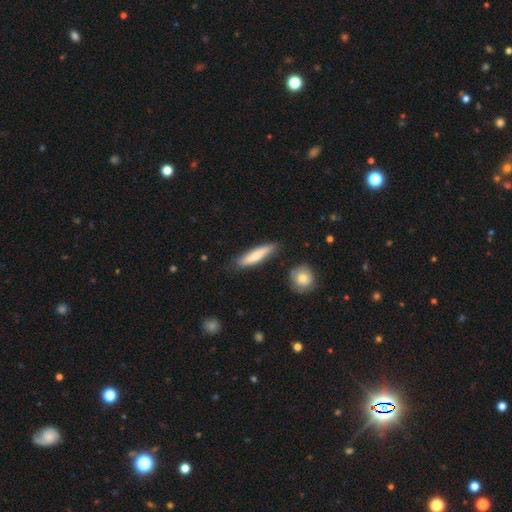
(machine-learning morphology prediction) Smooth or featured? Predicted: smooth (p=0.71). How rounded? Predicted: cigar-shaped (p=0.80). Merging? Predicted: none (p=0.79).